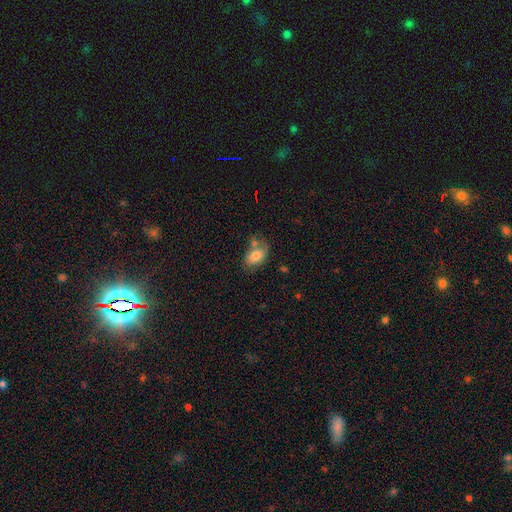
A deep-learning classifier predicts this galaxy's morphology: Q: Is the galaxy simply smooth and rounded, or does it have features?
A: smooth — 77%.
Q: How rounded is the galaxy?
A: in between — 88%.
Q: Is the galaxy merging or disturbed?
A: none — 48%.